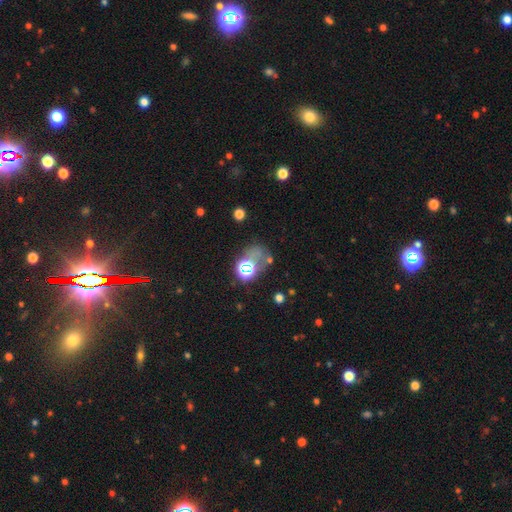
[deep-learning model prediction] smooth-or-featured: smooth: 41% (tied) | star or artifact: 41% (tied) | featured or disk: 19%
  merging: none: 41% | major disturbance: 26% | minor disturbance: 17% | merger: 16%